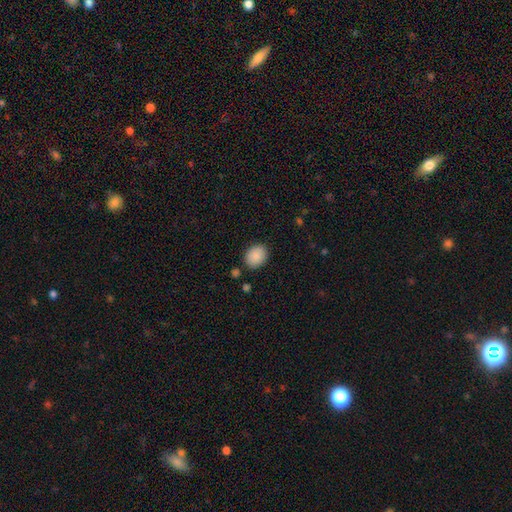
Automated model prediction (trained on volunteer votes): This is clearly a smooth galaxy (89%). How rounded: possibly in between (54%). Merging: clearly none (85%).